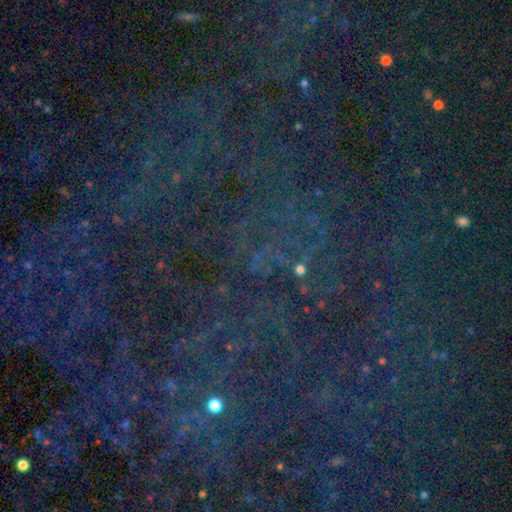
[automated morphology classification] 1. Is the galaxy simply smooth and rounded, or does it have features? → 81% star or artifact, 11% smooth, 8% featured or disk.